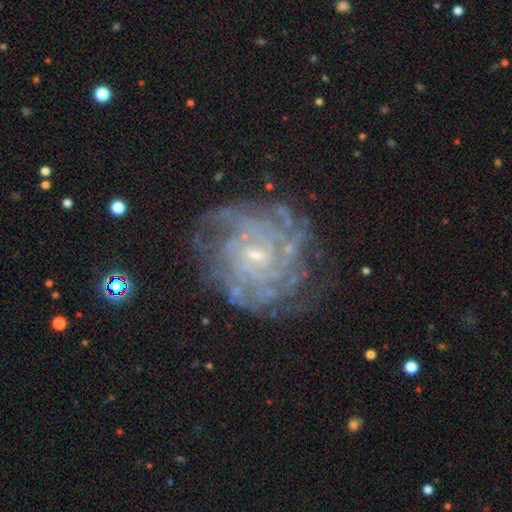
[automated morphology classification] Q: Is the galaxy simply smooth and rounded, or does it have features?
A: featured or disk — 86%.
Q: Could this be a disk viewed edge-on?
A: no — 98%.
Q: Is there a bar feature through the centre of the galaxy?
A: weak — 46%.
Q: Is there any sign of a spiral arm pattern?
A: yes — 93%.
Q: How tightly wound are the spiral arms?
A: tight — 72%.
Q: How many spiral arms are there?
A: can't tell — 42%.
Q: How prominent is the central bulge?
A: small — 74%.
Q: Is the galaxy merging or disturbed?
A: none — 72%.